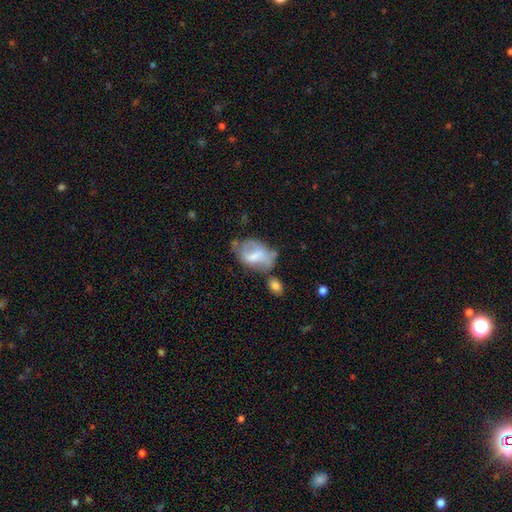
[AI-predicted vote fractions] Overall: smooth (52%; featured or disk 39%). How rounded: in between (83%). Merging: none (31%; minor disturbance 29%).